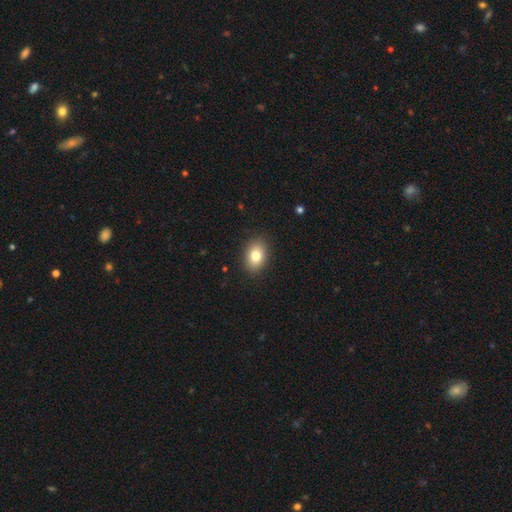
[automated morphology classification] Smooth or featured: smooth — 80% (featured or disk — 11%)
How rounded: in between — 75% (round — 24%)
Merging: none — 89% (minor disturbance — 8%)